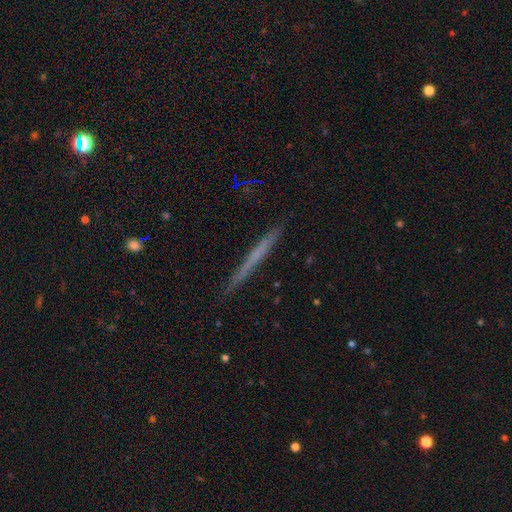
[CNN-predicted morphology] The model was most divided on "smooth or featured": featured or disk: 48%, smooth: 46%, star or artifact: 6%. More confident: merging — none (90%).